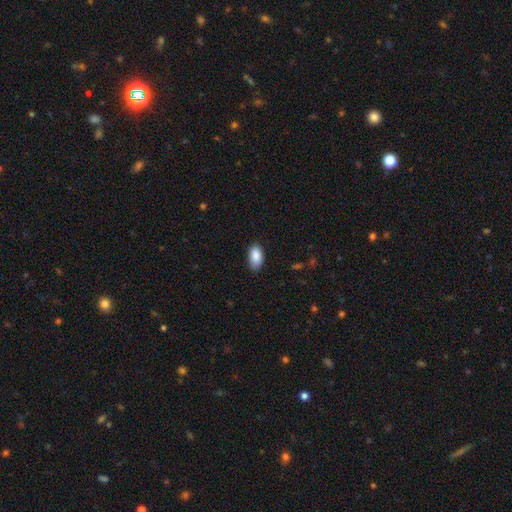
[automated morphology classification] Overall: smooth (88%). How rounded: in between (94%). Merging: none (80%).